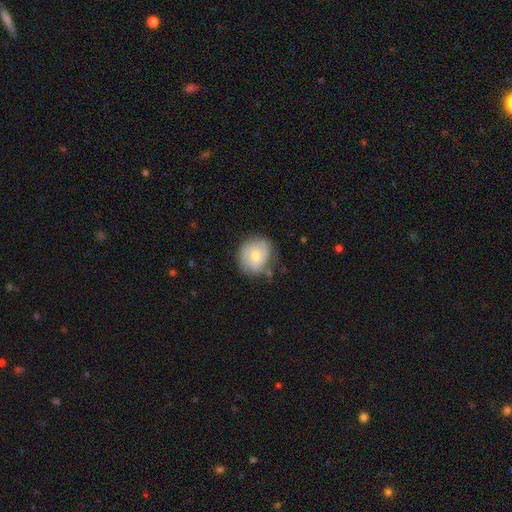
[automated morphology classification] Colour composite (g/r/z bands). It shows a featured or disk galaxy (58%) with no bar (72%), spiral arms (85%) and a moderate central bulge (57%). Merging: none (68%).